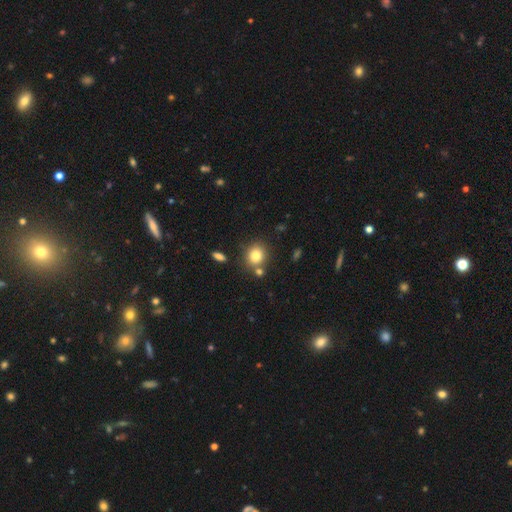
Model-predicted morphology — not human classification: smooth 80%, star or artifact 11%, featured or disk 8%. Down the decision tree: how rounded — round (75%); merging — none (74%).